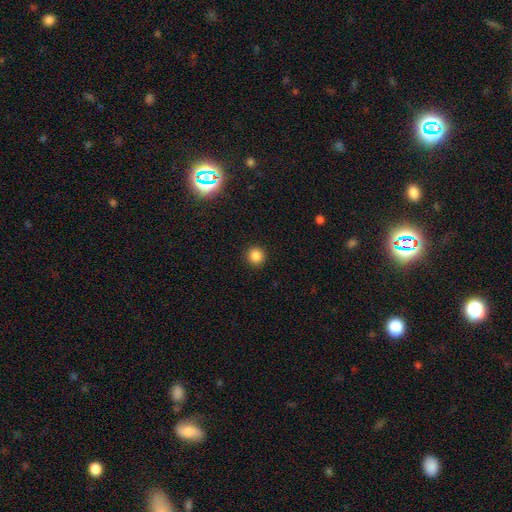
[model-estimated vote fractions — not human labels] Smooth or featured? smooth (84%)
How rounded? round (95%)
Merging? none (93%)